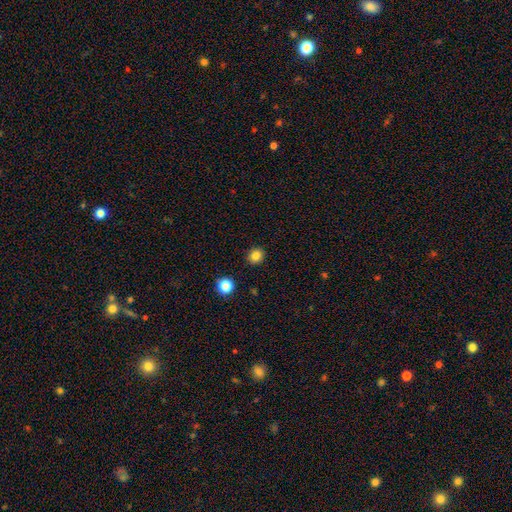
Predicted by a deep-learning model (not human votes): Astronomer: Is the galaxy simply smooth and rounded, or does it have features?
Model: smooth — 83%.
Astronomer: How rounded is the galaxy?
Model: round — 78%.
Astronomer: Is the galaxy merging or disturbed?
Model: none — 91%.